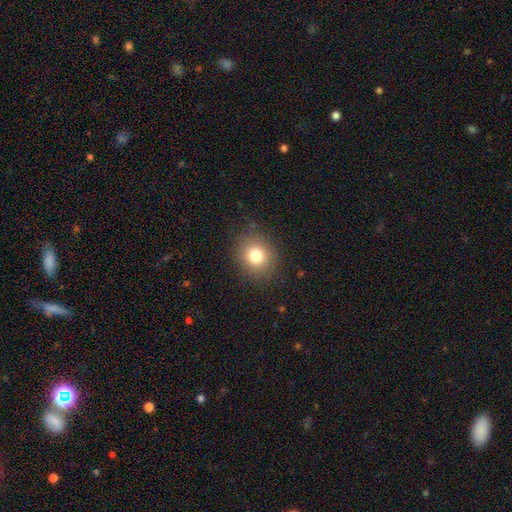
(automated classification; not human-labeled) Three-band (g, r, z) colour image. It shows a smooth galaxy with no disk features (79%) that is round (72%). Merging: none (85%).